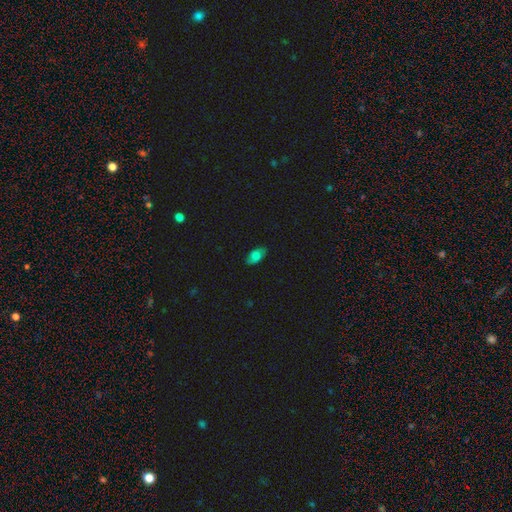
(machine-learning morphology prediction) Overall: smooth (59%; featured or disk 31%). How rounded: in between (89%). Merging: none (80%).